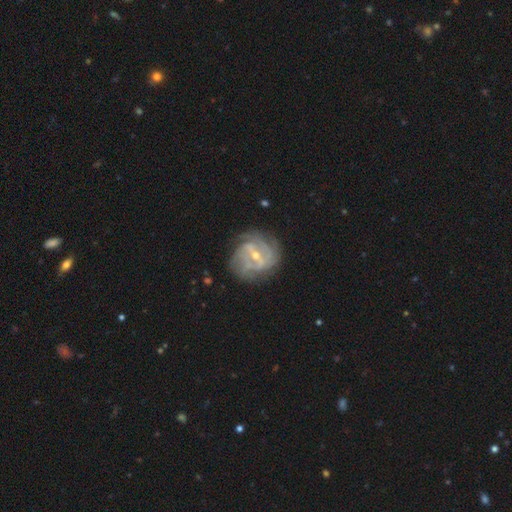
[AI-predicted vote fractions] Q: Smooth or featured?
A: featured or disk (85%); runner-up: smooth (9%)
Q: Edge-on disk?
A: no (97%); runner-up: yes (3%)
Q: Bar?
A: weak (46%); runner-up: strong (37%)
Q: Spiral arms?
A: yes (90%); runner-up: no (10%)
Q: Spiral winding?
A: tight (55%); runner-up: medium (34%)
Q: Spiral arm count?
A: can't tell (36%); runner-up: 2 (24%)
Q: Bulge size?
A: small (54%); runner-up: moderate (42%)
Q: Merging?
A: none (68%); runner-up: minor disturbance (20%)